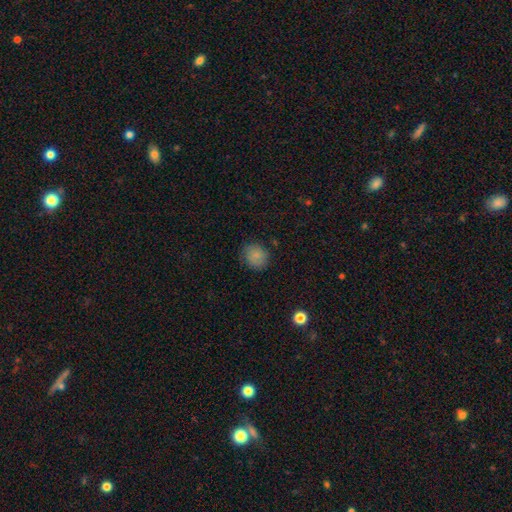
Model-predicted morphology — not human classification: Overall: smooth (84%). How rounded: round (79%). Merging: none (80%).